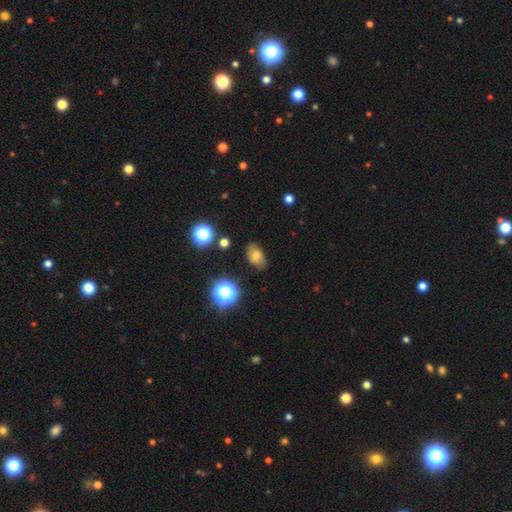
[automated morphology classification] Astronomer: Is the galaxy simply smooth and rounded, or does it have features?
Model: smooth — 71%.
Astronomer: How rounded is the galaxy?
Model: in between — 84%.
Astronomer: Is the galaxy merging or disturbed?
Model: none — 79%.